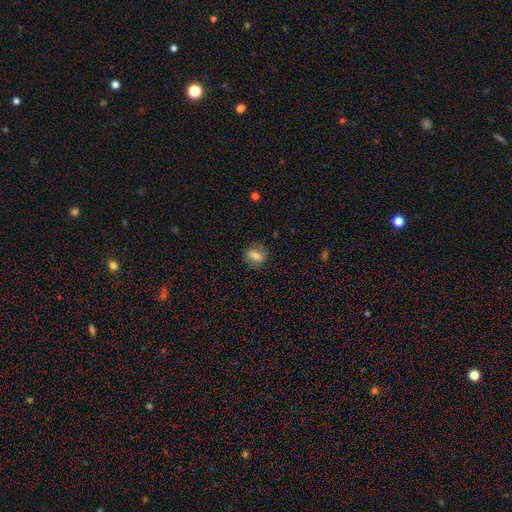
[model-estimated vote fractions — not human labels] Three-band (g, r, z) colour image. It shows a smooth galaxy with no disk features (70%) that is round (55%). Merging: none (82%).